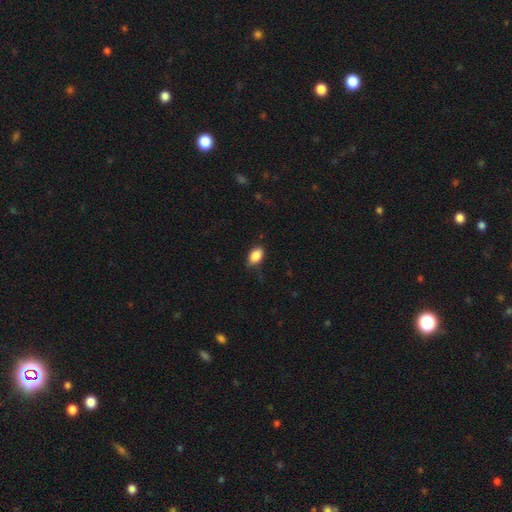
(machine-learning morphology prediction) Smooth or featured? smooth (86%)
How rounded? in between (89%)
Merging? none (73%)